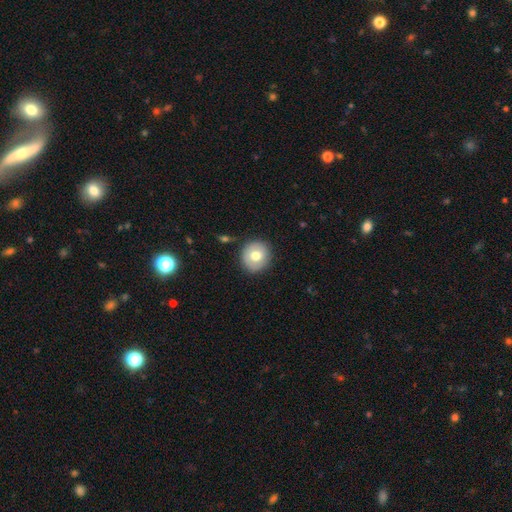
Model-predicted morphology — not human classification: The model was most divided on "smooth or featured": smooth: 72%, featured or disk: 20%, star or artifact: 8%. More confident: how rounded — round (90%); merging — none (87%).